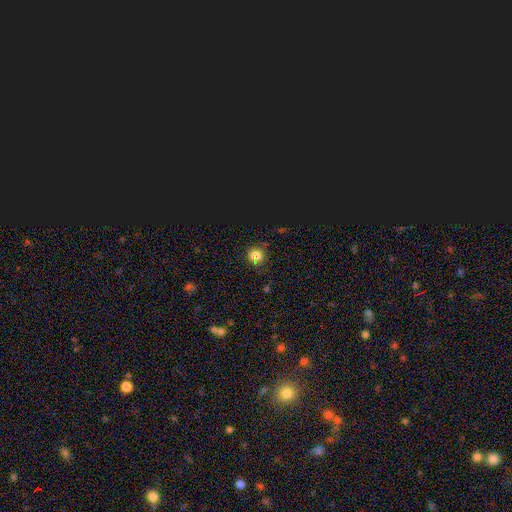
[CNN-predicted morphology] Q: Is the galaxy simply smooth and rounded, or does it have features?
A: smooth — 71%.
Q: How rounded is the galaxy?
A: round — 89%.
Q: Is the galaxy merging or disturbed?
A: none — 81%.